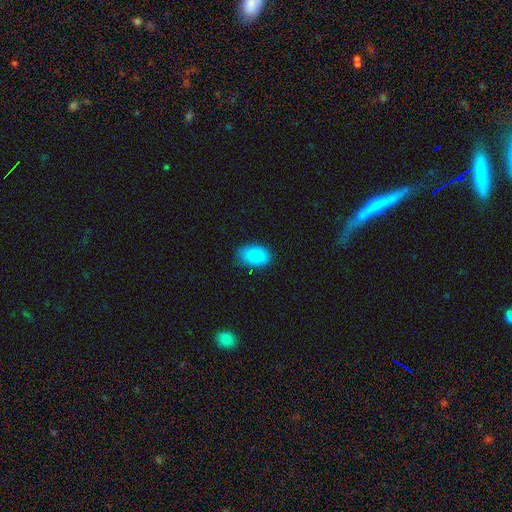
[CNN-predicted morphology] The model was most divided on "merging": none: 75%, minor disturbance: 20%, major disturbance: 4%, merger: 1%. More confident: how rounded — in between (91%); smooth or featured — smooth (89%).